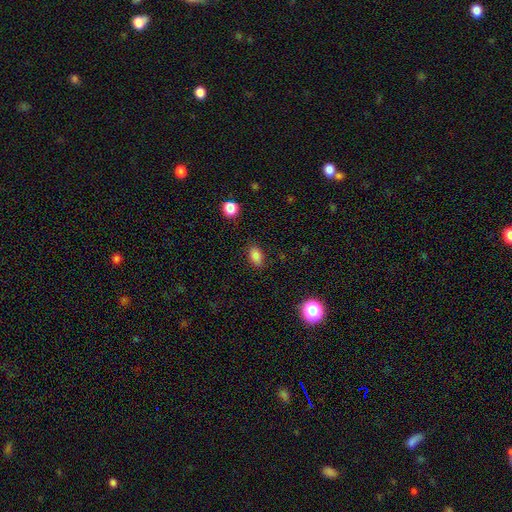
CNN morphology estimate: The model was most divided on "smooth or featured": smooth: 84%, star or artifact: 10%, featured or disk: 6%. More confident: how rounded — in between (86%); merging — none (86%).